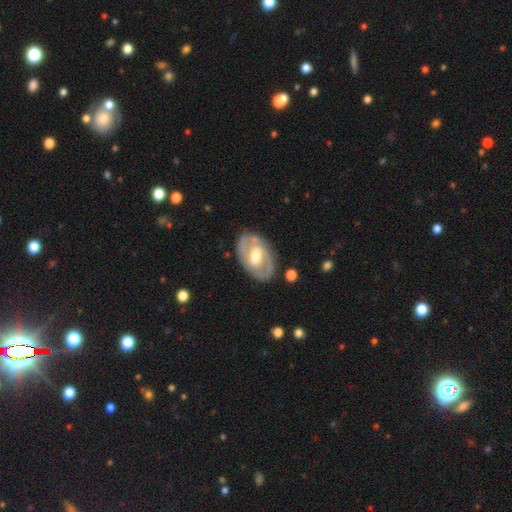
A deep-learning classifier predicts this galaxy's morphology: This is likely a featured or disk galaxy (77%). It is clearly not viewed edge-on (95%). Bar: possibly weak (47%). Spiral arm pattern: likely yes (75%). Spiral arm count: likely 2 (77%). Spiral winding: marginally tight (43%). Central bulge: likely moderate (67%). Merging: likely none (79%).